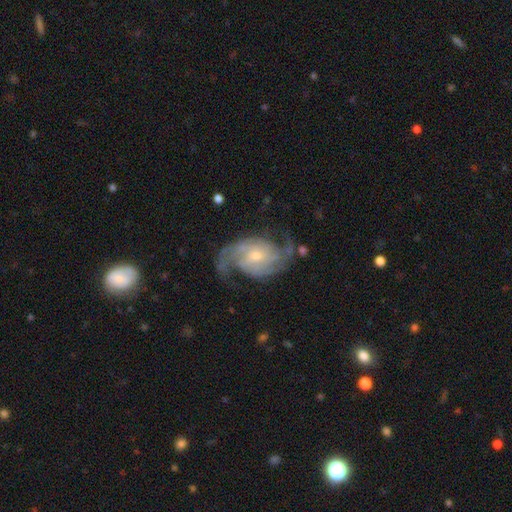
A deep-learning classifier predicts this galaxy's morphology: This appears to be a featured or disk galaxy (90%) with no bar (61%), 2 (83%) medium (51%) spiral arms (98%) and a small central bulge (62%). Merging: none (71%).